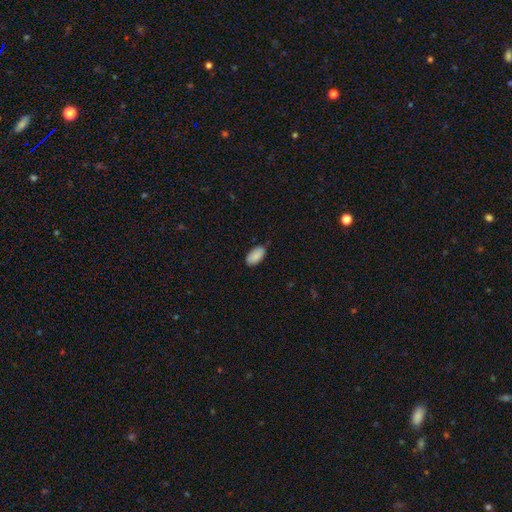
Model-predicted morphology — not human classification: Smooth or featured: smooth — 89% (star or artifact — 6%)
How rounded: in between — 95% (cigar-shaped — 3%)
Merging: none — 82% (minor disturbance — 14%)